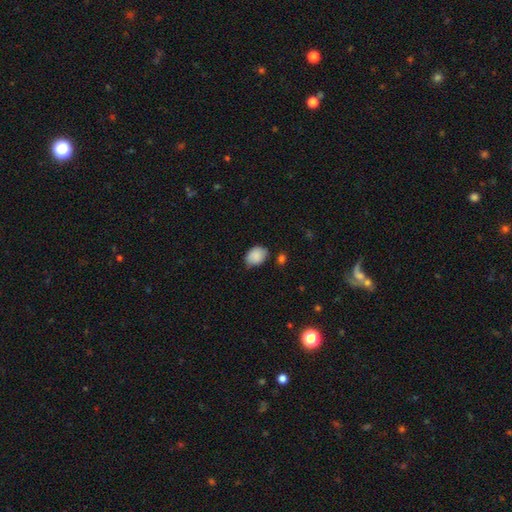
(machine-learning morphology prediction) Q: Smooth or featured?
A: smooth (88%); runner-up: star or artifact (7%)
Q: How rounded?
A: in between (69%); runner-up: round (30%)
Q: Merging?
A: none (69%); runner-up: minor disturbance (23%)